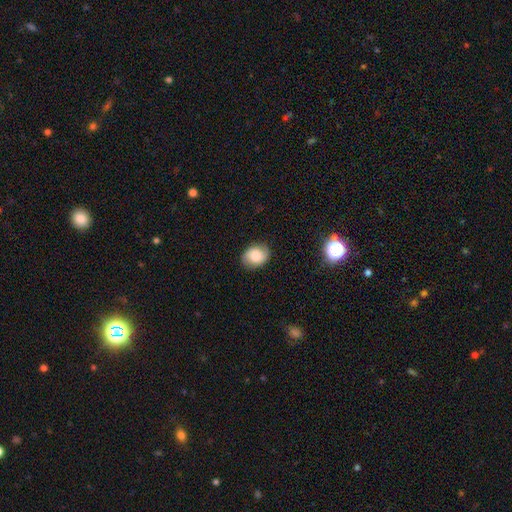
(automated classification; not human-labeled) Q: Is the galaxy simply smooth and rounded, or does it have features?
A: smooth — 73%.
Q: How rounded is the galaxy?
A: in between — 60%.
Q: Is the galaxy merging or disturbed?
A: none — 82%.